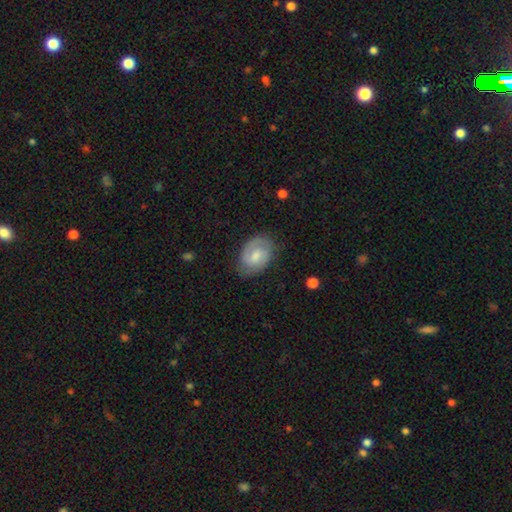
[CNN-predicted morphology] The model was most divided on "bulge size": moderate: 47%, small: 37%, none: 8%, large: 6%, dominant: 1%. More confident: edge-on disk — no (97%); spiral arms — yes (83%); merging — none (71%); bar — weak (54%); smooth or featured — featured or disk (53%).